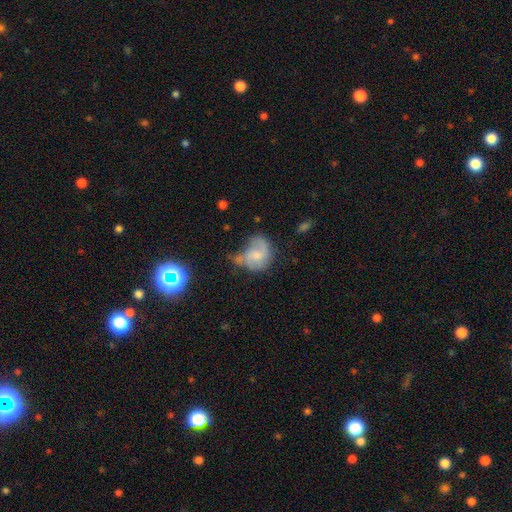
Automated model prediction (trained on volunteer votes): The model was most divided on "merging": none: 31%, minor disturbance: 29%, major disturbance: 25%, merger: 15%. Remaining: smooth or featured — smooth (46%).